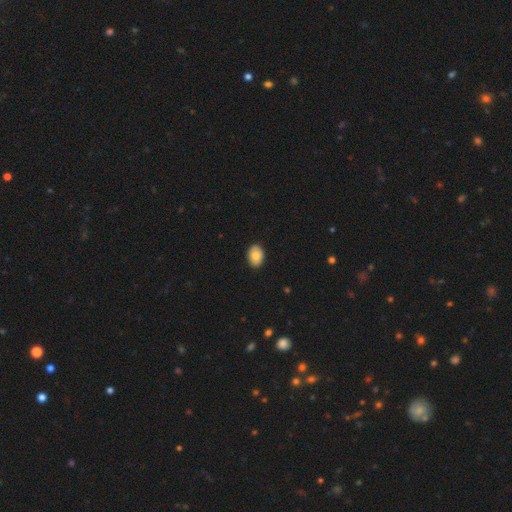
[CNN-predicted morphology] Smooth or featured? Predicted: smooth (p=0.81). How rounded? Predicted: in between (p=0.78). Merging? Predicted: none (p=0.89).